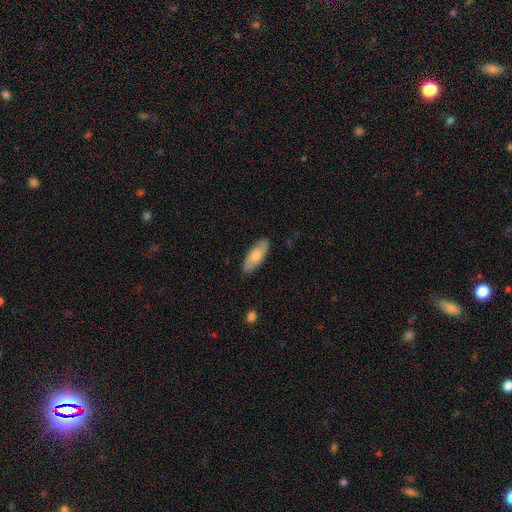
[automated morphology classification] smooth-or-featured: smooth: 70% | featured or disk: 25% | star or artifact: 5%
  how-rounded: in between: 78% | cigar-shaped: 20% | round: 2%
  merging: none: 85% | minor disturbance: 12% | major disturbance: 2% | merger: 1%